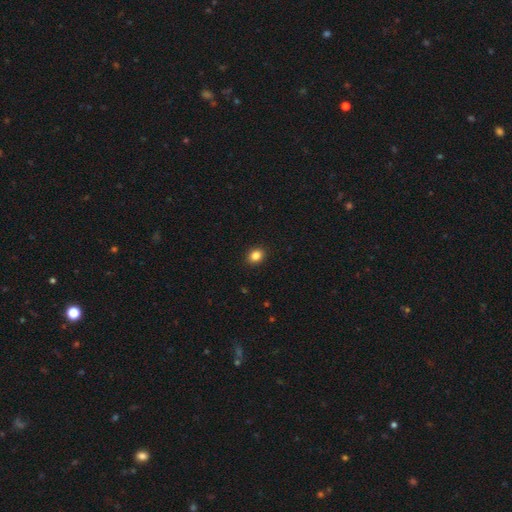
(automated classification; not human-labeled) A smooth galaxy with no disk features (85%) that is round (53%).

Vote fractions:
- Smooth or featured? smooth: 85% / star or artifact: 10% / featured or disk: 5%
- How rounded? round: 53% / in between: 46% / cigar-shaped: 1%
- Merging? none: 91% / minor disturbance: 6% / major disturbance: 2% / merger: 1%